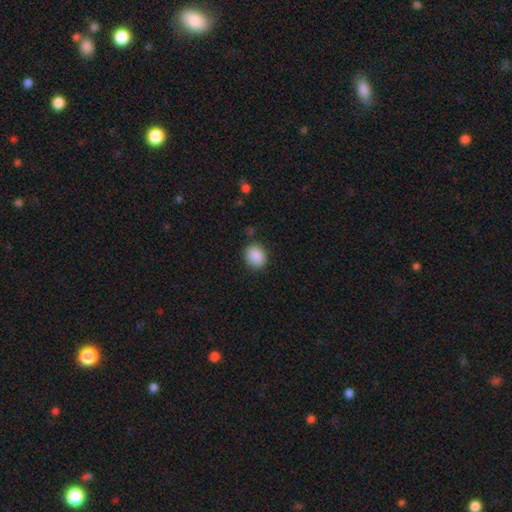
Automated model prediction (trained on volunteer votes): Morphology: type=smooth (89%); roundness=round (66%); merging=none (83%).